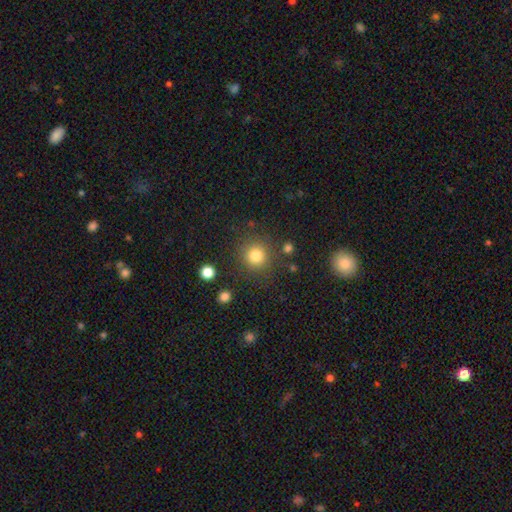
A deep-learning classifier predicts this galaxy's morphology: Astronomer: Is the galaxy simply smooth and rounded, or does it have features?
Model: smooth — 82%.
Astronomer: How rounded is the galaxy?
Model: round — 92%.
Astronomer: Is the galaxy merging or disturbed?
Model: none — 85%.